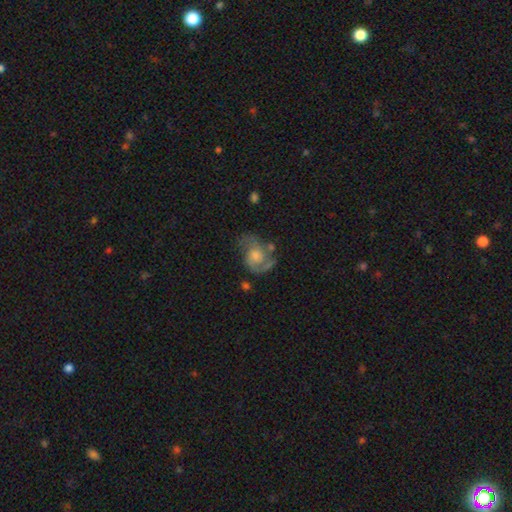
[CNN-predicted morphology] Overall: featured or disk (68%). Edge-on disk: no (97%). Bar: no (73%). Spiral arms: yes (84%). Spiral arm count: 2 (74%). Spiral winding: medium (47%; loose 30%). Bulge size: moderate (48%; small 22%). Merging: none (50%; minor disturbance 24%).